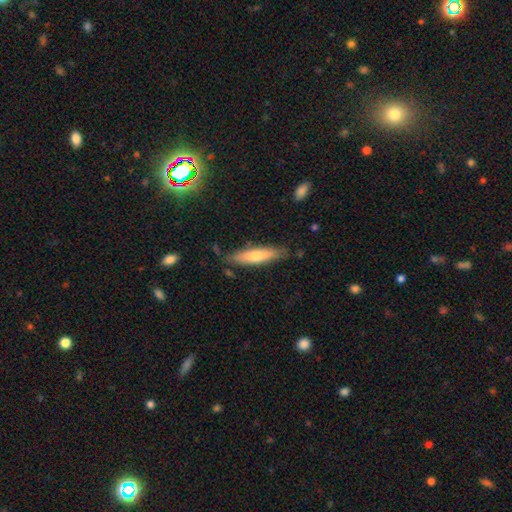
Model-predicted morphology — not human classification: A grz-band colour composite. It shows a smooth galaxy with no disk features (59%) that is cigar-shaped (81%). Merging: none (83%).